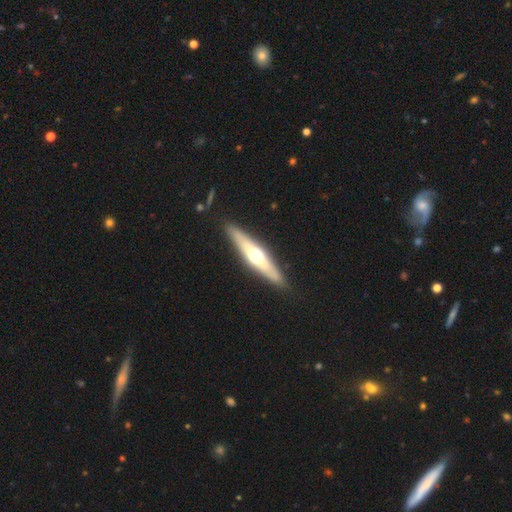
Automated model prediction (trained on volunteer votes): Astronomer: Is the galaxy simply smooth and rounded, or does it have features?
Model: featured or disk — 56% (runner-up: smooth, 38%).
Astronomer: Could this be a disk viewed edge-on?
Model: yes — 91%.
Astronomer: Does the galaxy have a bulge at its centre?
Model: rounded — 91%.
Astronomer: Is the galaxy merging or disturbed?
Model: none — 89%.